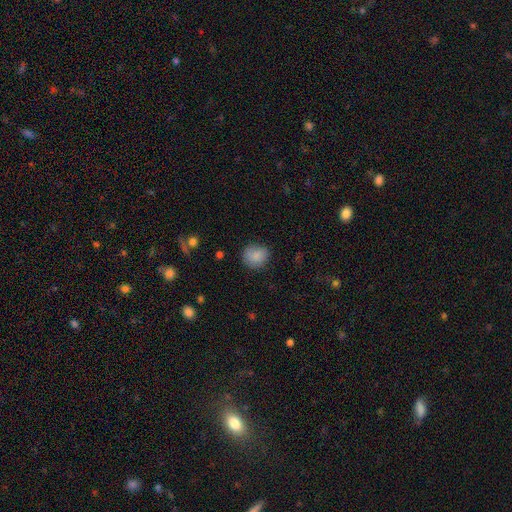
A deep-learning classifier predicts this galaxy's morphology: smooth-or-featured: smooth: 85% | star or artifact: 9% | featured or disk: 7%
  how-rounded: round: 81% | in between: 18% | cigar-shaped: 1%
  merging: none: 77% | minor disturbance: 18% | major disturbance: 4% | merger: 1%